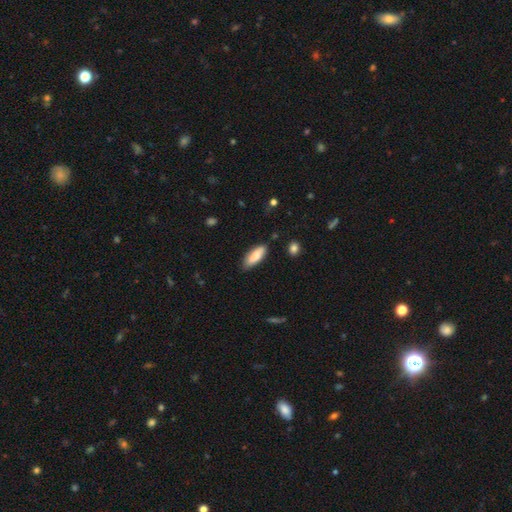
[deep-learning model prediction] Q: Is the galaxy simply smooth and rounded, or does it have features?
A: smooth — 83%.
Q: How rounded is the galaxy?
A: in between — 69%.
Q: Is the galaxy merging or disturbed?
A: none — 81%.